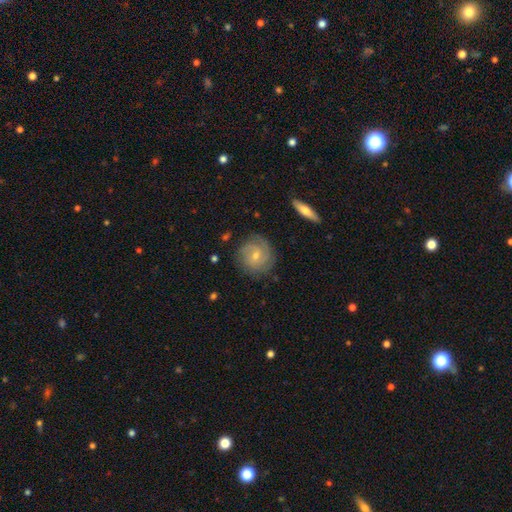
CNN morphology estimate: A featured or disk galaxy (57%) with no bar (64%), spiral arms (86%) and a small central bulge (63%).

Vote fractions:
- Smooth or featured? featured or disk: 57% / smooth: 35% / star or artifact: 8%
- Edge-on disk? no: 96% / yes: 4%
- Bar? no: 64% / weak: 31% / strong: 5%
- Spiral arms? yes: 86% / no: 14%
- Bulge size? small: 63% / moderate: 33% / none: 2% / large: 1% / dominant: 1%
- Merging? none: 80% / minor disturbance: 14% / major disturbance: 5% / merger: 1%